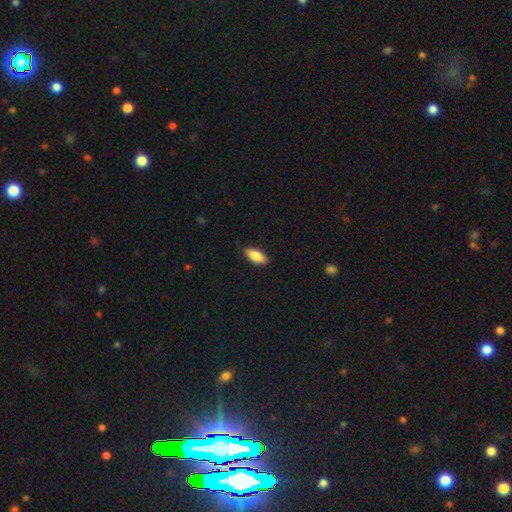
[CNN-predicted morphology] smooth 84%, featured or disk 10%, star or artifact 6%. Down the decision tree: how rounded — in between (84%); merging — none (88%).